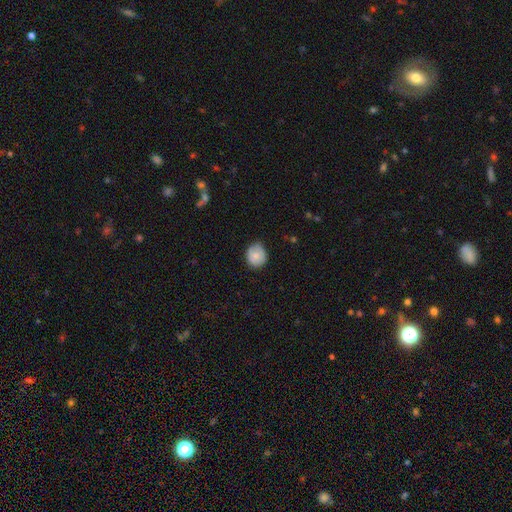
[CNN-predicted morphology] smooth_or_featured: smooth (p=0.78) [alt: featured or disk p=0.15]
how_rounded: round (p=0.78) [alt: in between p=0.21]
merging: none (p=0.69) [alt: minor disturbance p=0.26]